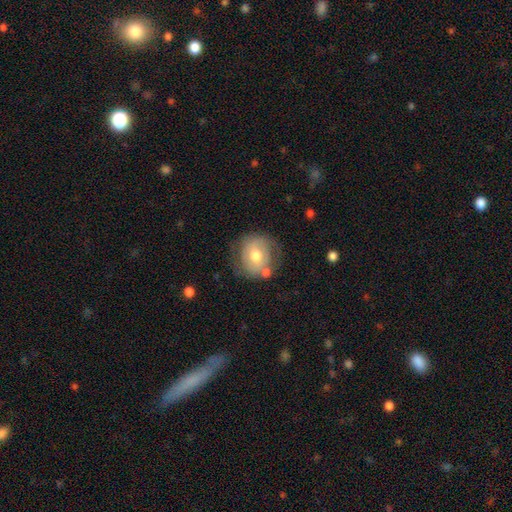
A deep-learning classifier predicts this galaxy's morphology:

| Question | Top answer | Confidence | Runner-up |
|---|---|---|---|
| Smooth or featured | smooth | 51% | featured or disk (42%) |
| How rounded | round | 79% | in between (20%) |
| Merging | none | 62% | minor disturbance (21%) |